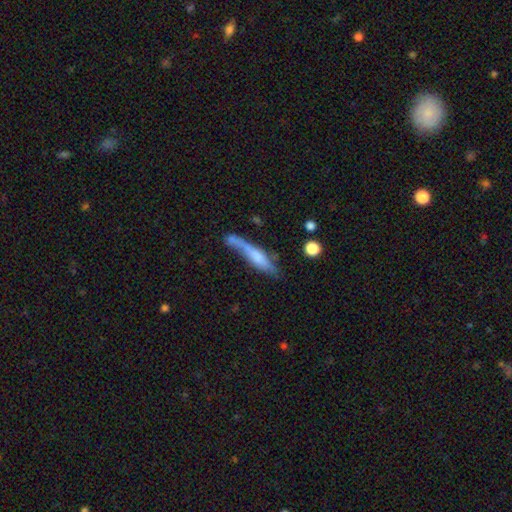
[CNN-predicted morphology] smooth 51%, featured or disk 41%, star or artifact 7%. Down the decision tree: how rounded — cigar-shaped (82%); merging — none (40%).